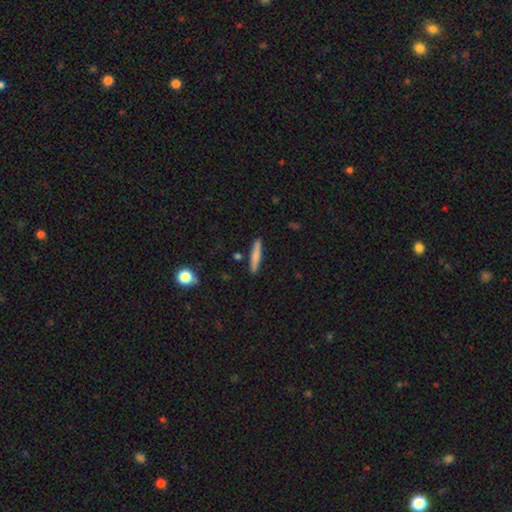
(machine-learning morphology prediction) Smooth or featured?
  - smooth: 75% *
  - featured or disk: 19%
  - star or artifact: 6%
How rounded?
  - cigar-shaped: 92% *
  - in between: 6%
  - round: 2%
Merging?
  - none: 88% *
  - minor disturbance: 8%
  - merger: 2%
  - major disturbance: 2%